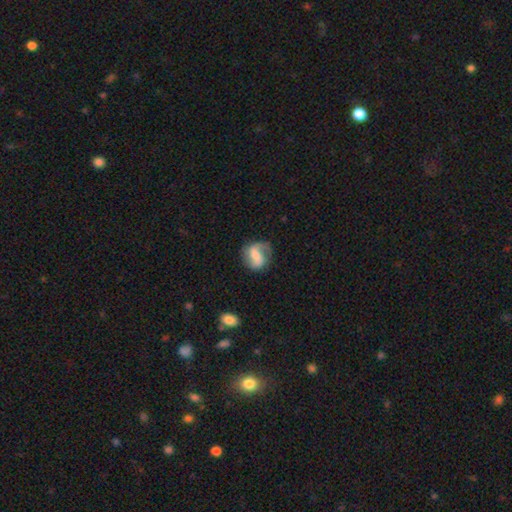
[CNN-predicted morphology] featured or disk 59%, smooth 33%, star or artifact 7%. Down the decision tree: edge-on disk — no (97%); bar — weak (43%); spiral arms — yes (86%); bulge size — moderate (36%); merging — none (63%).